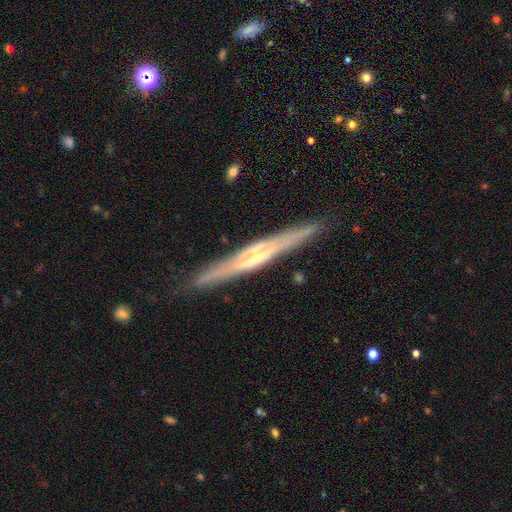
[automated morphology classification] Q: Smooth or featured?
A: featured or disk (79%); runner-up: smooth (15%)
Q: Edge-on disk?
A: yes (96%); runner-up: no (4%)
Q: Edge-on bulge?
A: rounded (61%); runner-up: none (23%)
Q: Merging?
A: none (89%); runner-up: minor disturbance (8%)